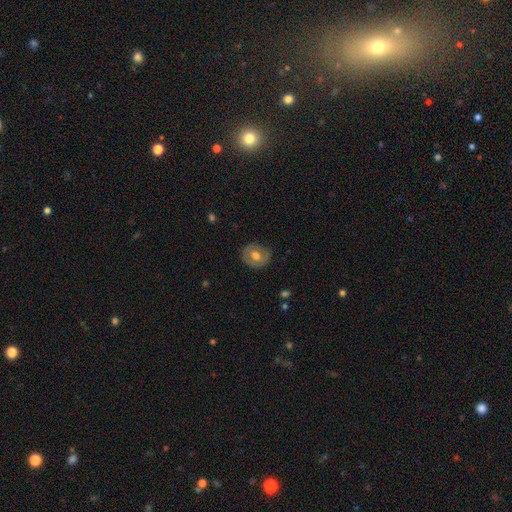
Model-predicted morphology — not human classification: A smooth galaxy with no disk features (55%) that is round (68%). Merging: none (80%).